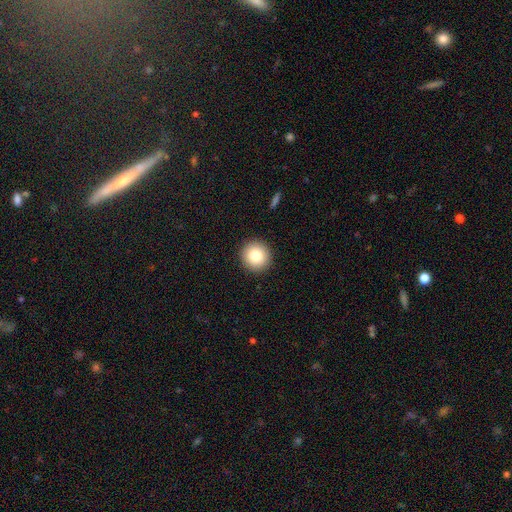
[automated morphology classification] Smooth or featured? Predicted: smooth (p=0.83). How rounded? Predicted: round (p=0.94). Merging? Predicted: none (p=0.92).